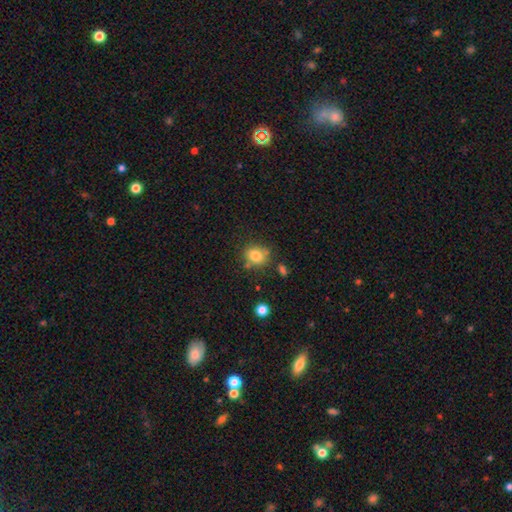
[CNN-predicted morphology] This is likely a smooth galaxy (80%). How rounded: likely round (65%). Merging: likely none (69%).